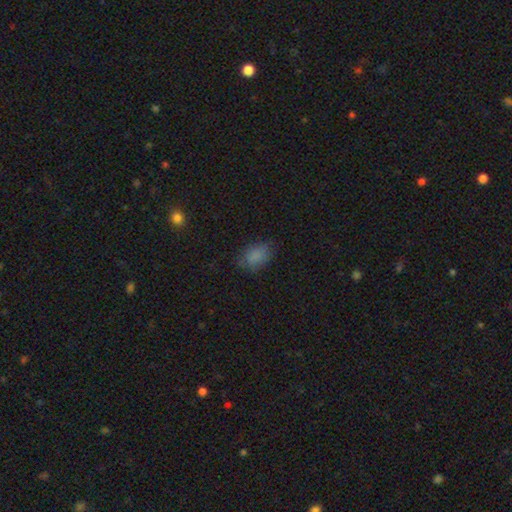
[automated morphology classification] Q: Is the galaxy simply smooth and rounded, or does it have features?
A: smooth — 81%.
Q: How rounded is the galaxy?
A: in between — 83%.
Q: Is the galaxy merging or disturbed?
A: none — 70%.